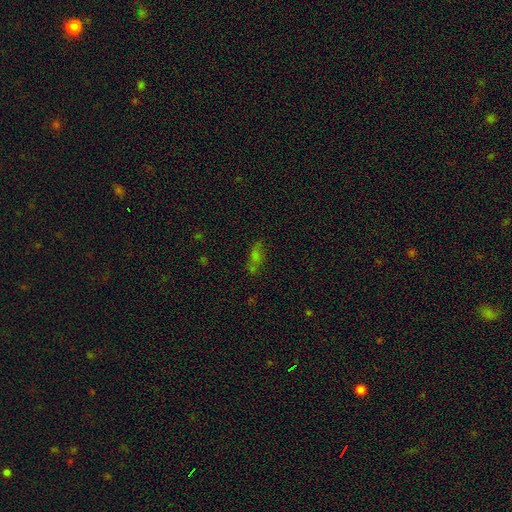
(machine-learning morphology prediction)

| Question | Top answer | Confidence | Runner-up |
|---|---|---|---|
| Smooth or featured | smooth | 47% | star or artifact (32%) |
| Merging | none | 59% | minor disturbance (19%) |